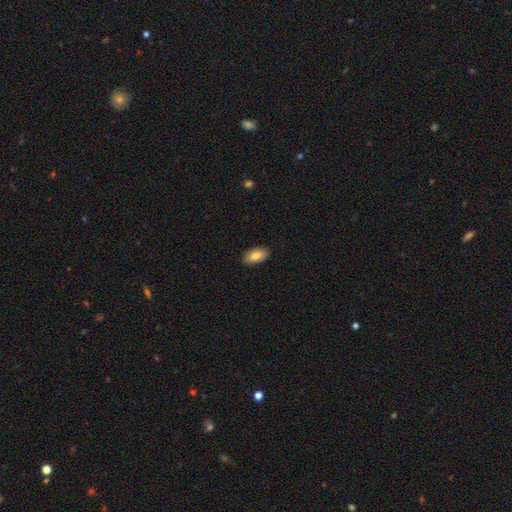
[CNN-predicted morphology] Smooth or featured?
  - smooth: 81% *
  - featured or disk: 13%
  - star or artifact: 7%
How rounded?
  - in between: 93% *
  - cigar-shaped: 4%
  - round: 4%
Merging?
  - none: 88% *
  - minor disturbance: 10%
  - major disturbance: 2%
  - merger: 1%